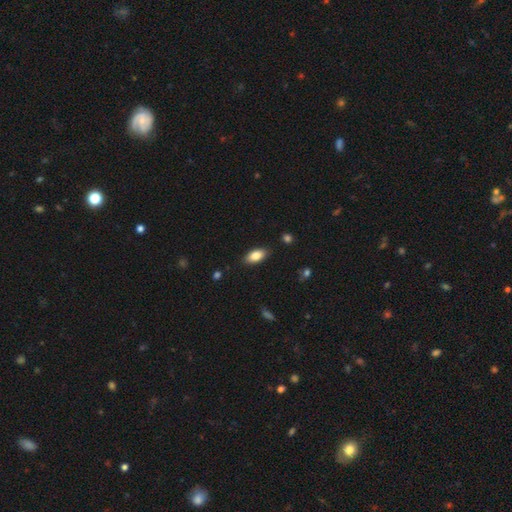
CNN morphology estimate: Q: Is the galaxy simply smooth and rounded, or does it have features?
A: smooth — 82%.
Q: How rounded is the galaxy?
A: in between — 90%.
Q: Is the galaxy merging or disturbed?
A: none — 86%.